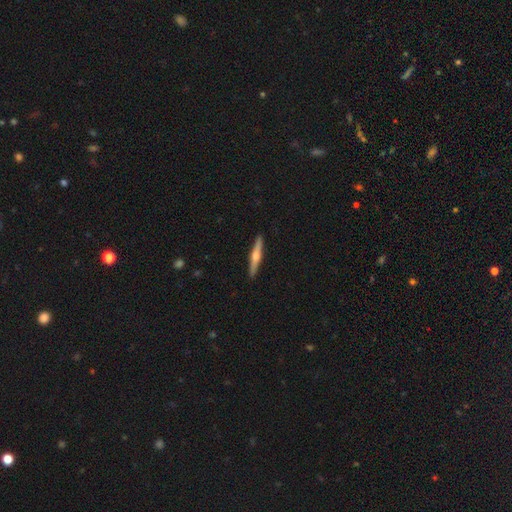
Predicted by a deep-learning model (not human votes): Morphology: type=featured or disk (63%); edge-on=yes (98%); edge-on bulge=rounded (88%); merging=none (92%).